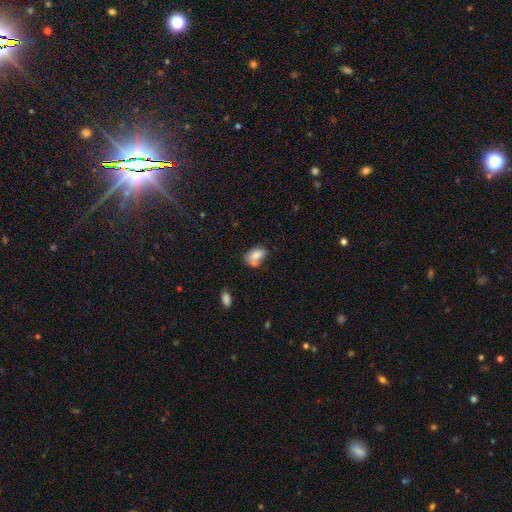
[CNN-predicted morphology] Smooth or featured? Predicted: smooth (p=0.77). How rounded? Predicted: in between (p=0.89). Merging? Predicted: none (p=0.42).